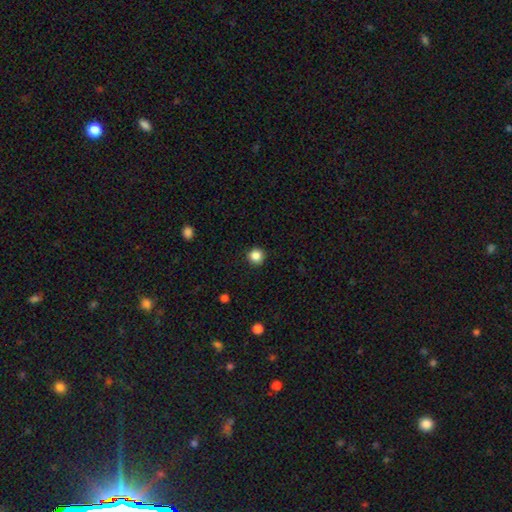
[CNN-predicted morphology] This is clearly a smooth galaxy (86%). How rounded: clearly round (94%). Merging: clearly none (92%).